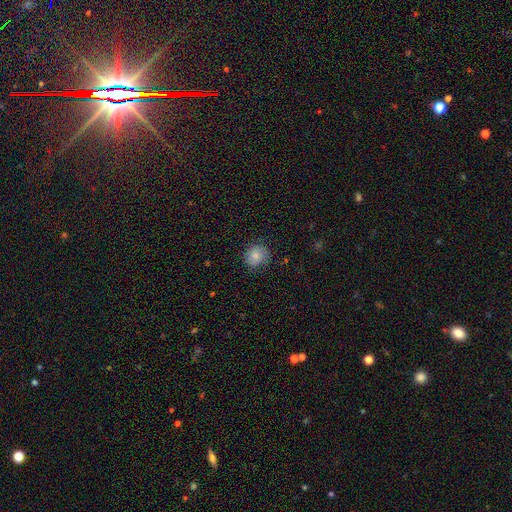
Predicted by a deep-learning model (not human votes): smooth_or_featured: smooth (p=0.79) [alt: featured or disk p=0.12]
how_rounded: round (p=0.86) [alt: in between p=0.13]
merging: none (p=0.76) [alt: minor disturbance p=0.18]